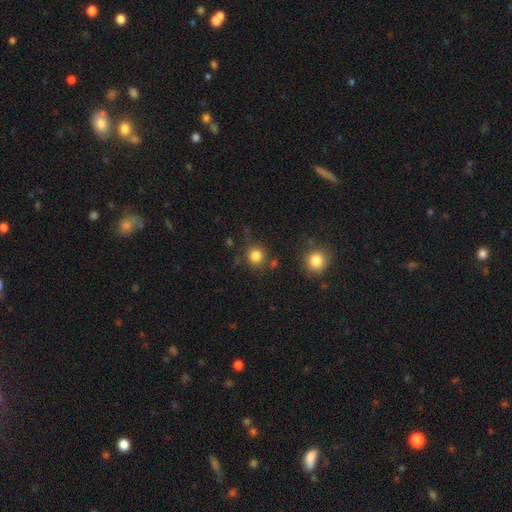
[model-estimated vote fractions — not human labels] Smooth or featured?
  - smooth: 83% *
  - star or artifact: 12%
  - featured or disk: 5%
How rounded?
  - round: 92% *
  - in between: 7%
  - cigar-shaped: 1%
Merging?
  - none: 78% *
  - minor disturbance: 11%
  - merger: 7%
  - major disturbance: 4%